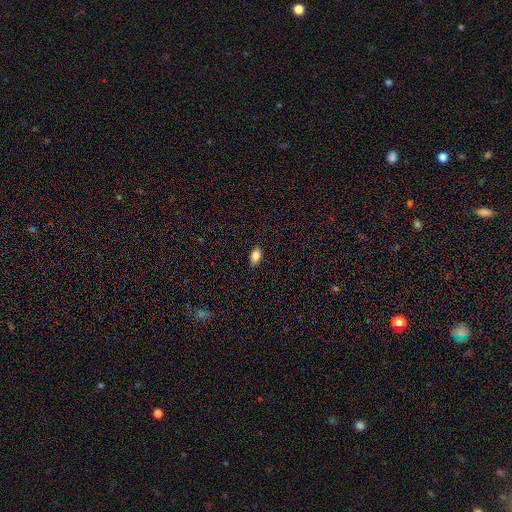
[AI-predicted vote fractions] Smooth or featured?
  - smooth: 85% *
  - star or artifact: 8%
  - featured or disk: 7%
How rounded?
  - in between: 90% *
  - round: 6%
  - cigar-shaped: 4%
Merging?
  - none: 86% *
  - minor disturbance: 11%
  - major disturbance: 2%
  - merger: 1%